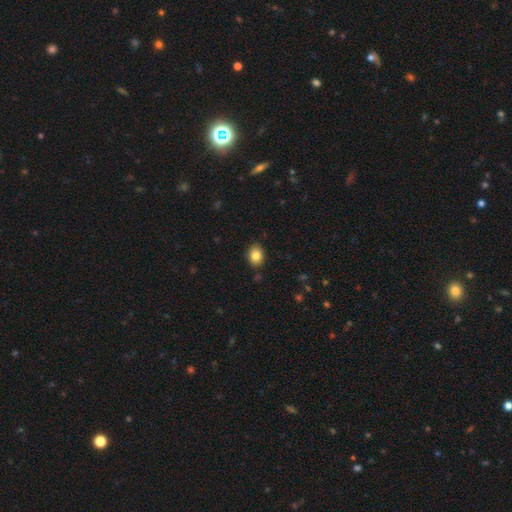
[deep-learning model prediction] Smooth or featured: smooth — 84% (star or artifact — 9%)
How rounded: in between — 65% (round — 34%)
Merging: none — 87% (minor disturbance — 10%)